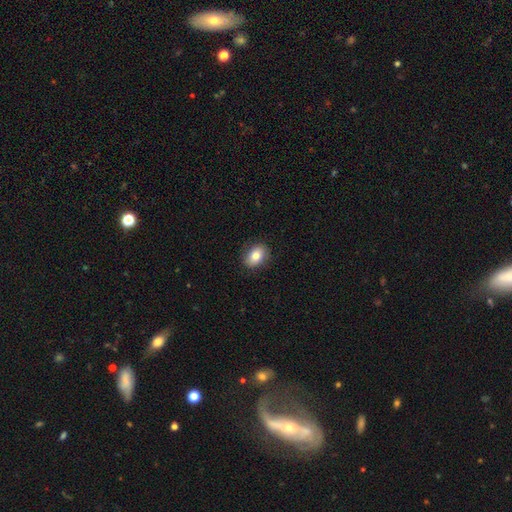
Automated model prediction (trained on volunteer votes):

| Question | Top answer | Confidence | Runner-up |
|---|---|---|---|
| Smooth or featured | smooth | 79% | featured or disk (13%) |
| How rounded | in between | 69% | round (30%) |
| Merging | none | 85% | minor disturbance (11%) |